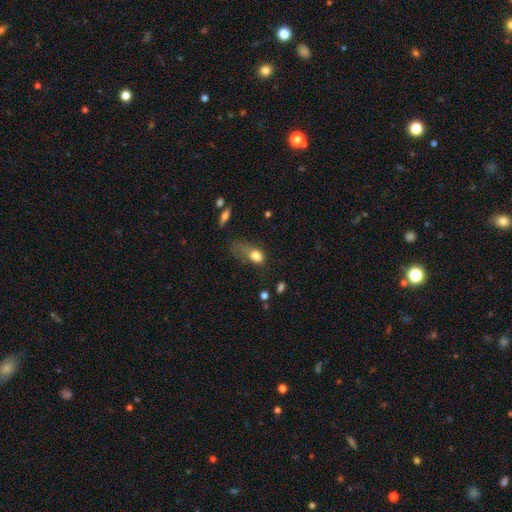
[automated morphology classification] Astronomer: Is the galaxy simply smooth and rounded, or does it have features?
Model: smooth — 77%.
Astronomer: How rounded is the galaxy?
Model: in between — 76%.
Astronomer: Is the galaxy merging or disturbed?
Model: major disturbance — 53%.